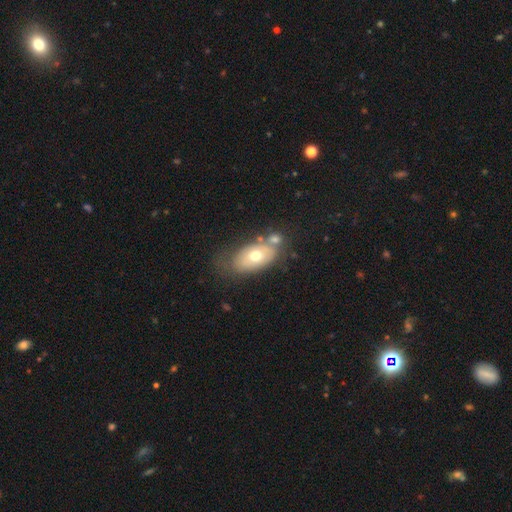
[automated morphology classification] smooth_or_featured: smooth (p=0.58) [alt: featured or disk p=0.34]
how_rounded: in between (p=0.89) [alt: round p=0.08]
merging: none (p=0.48) [alt: merger p=0.22]